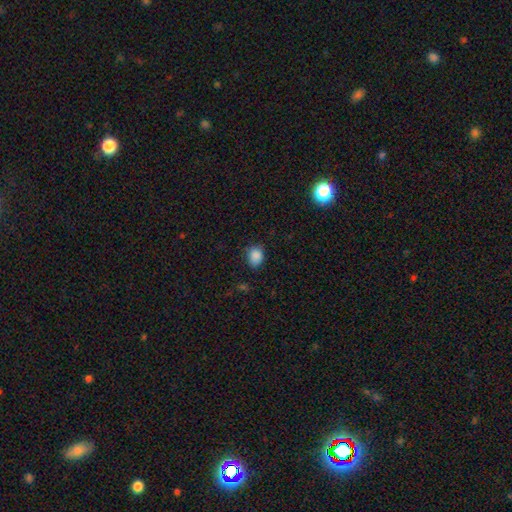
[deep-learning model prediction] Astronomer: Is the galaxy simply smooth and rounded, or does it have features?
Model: smooth — 87%.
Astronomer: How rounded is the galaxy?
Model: in between — 57% (runner-up: round, 42%).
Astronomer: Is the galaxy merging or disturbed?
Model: none — 74%.